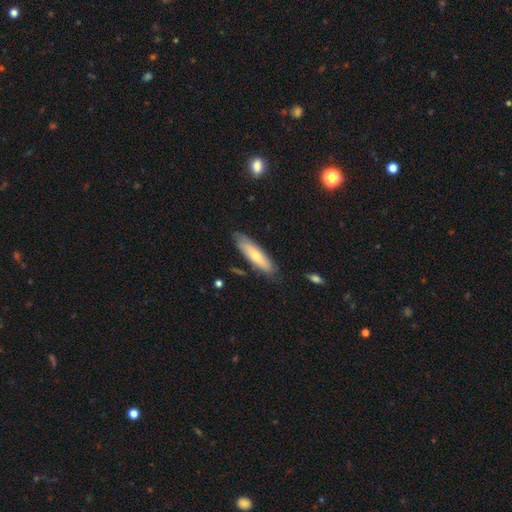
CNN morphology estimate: A smooth galaxy with no disk features (63%) that is cigar-shaped (64%). Merging: none (78%).